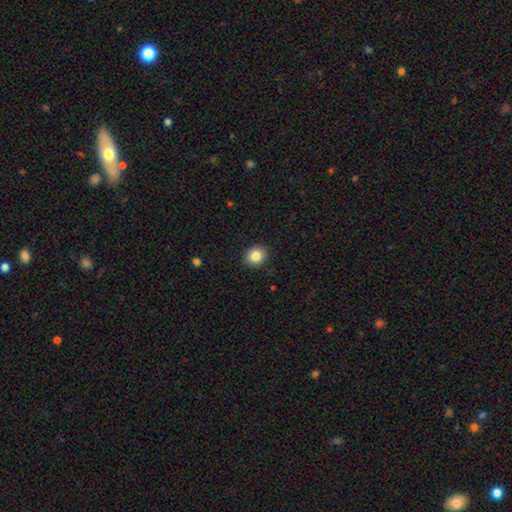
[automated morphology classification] Smooth or featured: smooth — 86% (star or artifact — 9%)
How rounded: round — 78% (in between — 21%)
Merging: none — 90% (minor disturbance — 7%)